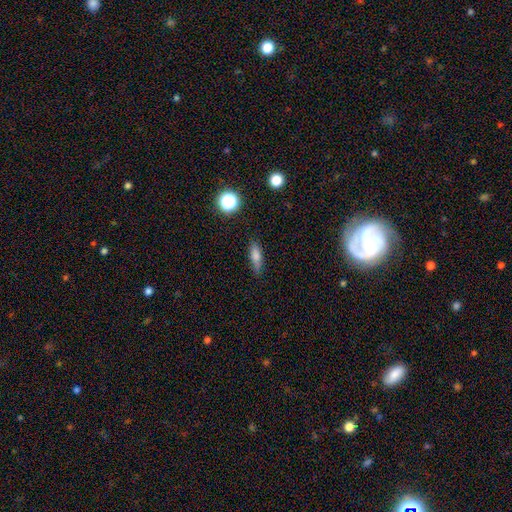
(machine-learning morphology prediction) Smooth or featured? smooth (73%)
How rounded? cigar-shaped (49%)
Merging? none (76%)